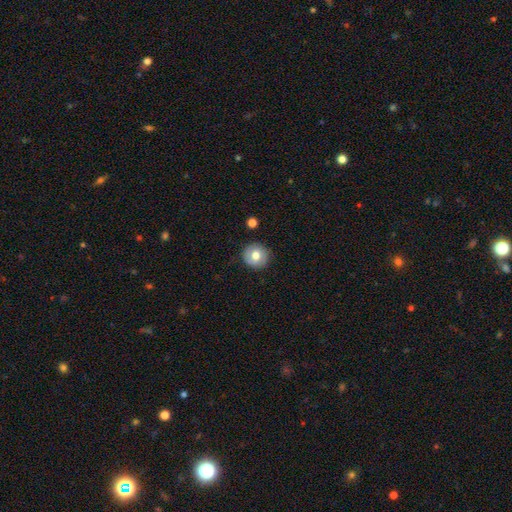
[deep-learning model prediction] Smooth or featured?
  - smooth: 68% *
  - featured or disk: 23%
  - star or artifact: 8%
How rounded?
  - round: 92% *
  - in between: 7%
  - cigar-shaped: 1%
Merging?
  - none: 86% *
  - minor disturbance: 10%
  - major disturbance: 2%
  - merger: 2%